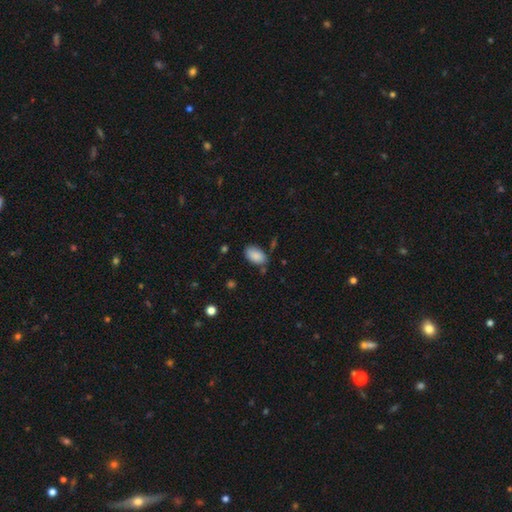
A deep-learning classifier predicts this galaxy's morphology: Smooth or featured? smooth (88%)
How rounded? in between (93%)
Merging? none (71%)